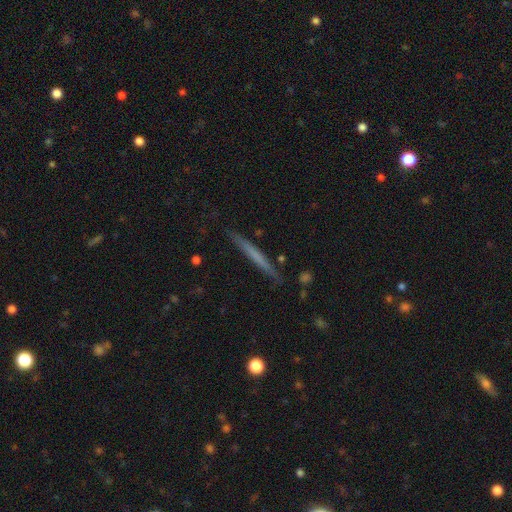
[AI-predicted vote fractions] The model was most divided on "smooth or featured": smooth: 50%, featured or disk: 44%, star or artifact: 6%. More confident: merging — none (87%).